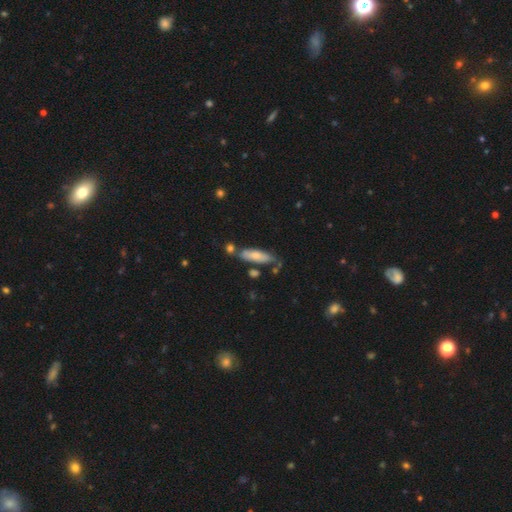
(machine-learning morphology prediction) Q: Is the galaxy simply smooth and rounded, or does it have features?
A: smooth — 68%.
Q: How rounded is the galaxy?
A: cigar-shaped — 54%.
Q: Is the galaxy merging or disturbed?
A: none — 62%.